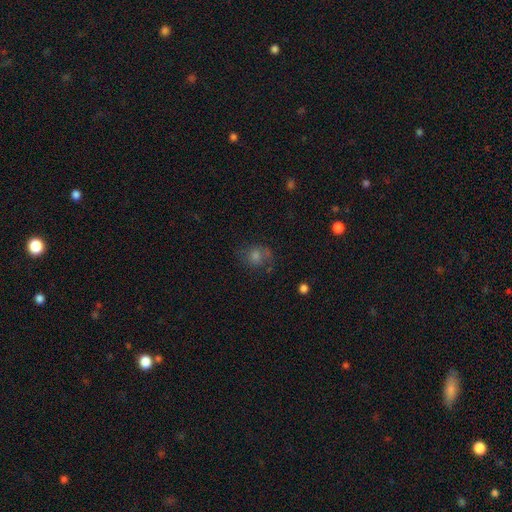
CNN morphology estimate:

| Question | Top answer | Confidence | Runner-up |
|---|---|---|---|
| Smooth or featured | smooth | 49% | featured or disk (27%) |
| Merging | none | 64% | minor disturbance (20%) |